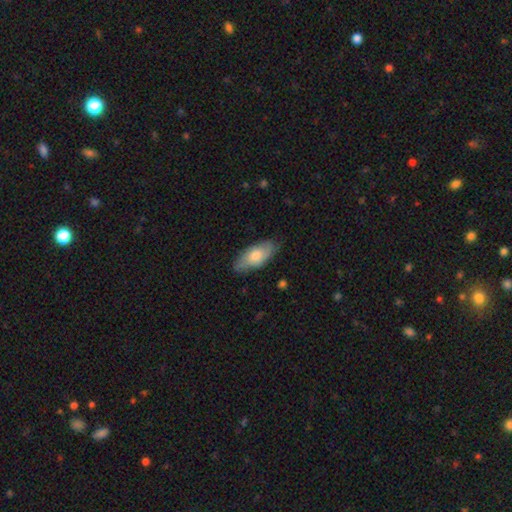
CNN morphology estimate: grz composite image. It shows a smooth galaxy with no disk features (66%) that is in between round and cigar-shaped (85%). Merging: none (78%).